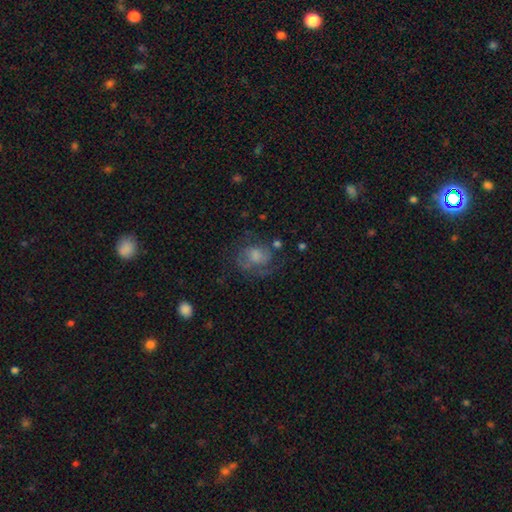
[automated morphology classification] The model was most divided on "bulge size": moderate: 42%, small: 26%, large: 16%, none: 14%, dominant: 2%. More confident: edge-on disk — no (97%); spiral arms — yes (71%); bar — no (70%); merging — none (54%); smooth or featured — featured or disk (53%).